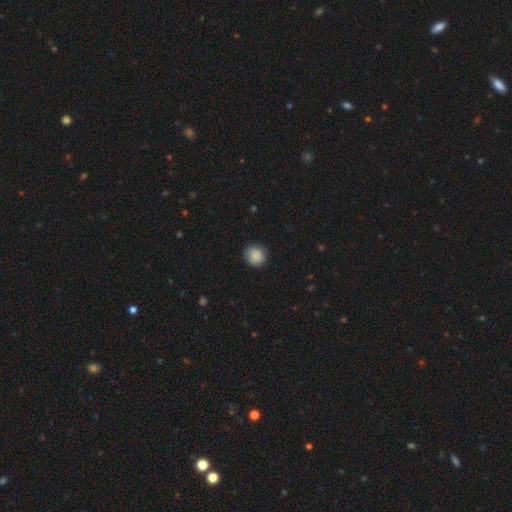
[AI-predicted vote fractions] This is clearly a smooth galaxy (87%). How rounded: clearly round (87%). Merging: clearly none (83%).